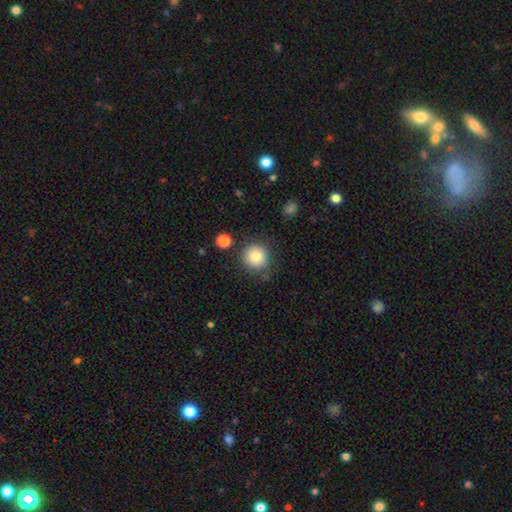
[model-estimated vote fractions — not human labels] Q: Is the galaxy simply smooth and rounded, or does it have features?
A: smooth — 84%.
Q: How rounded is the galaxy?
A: round — 93%.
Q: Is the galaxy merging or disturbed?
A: none — 80%.